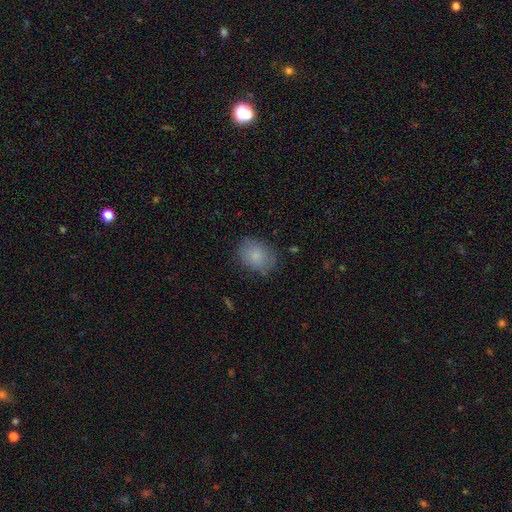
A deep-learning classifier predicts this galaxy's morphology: Smooth or featured? Predicted: smooth (p=0.82). How rounded? Predicted: in between (p=0.60). Merging? Predicted: none (p=0.76).